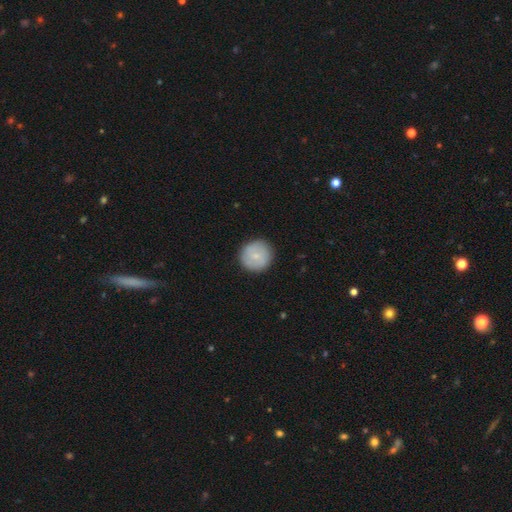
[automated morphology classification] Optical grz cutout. It shows a smooth galaxy with no disk features (74%) that is round (95%). Merging: none (89%).